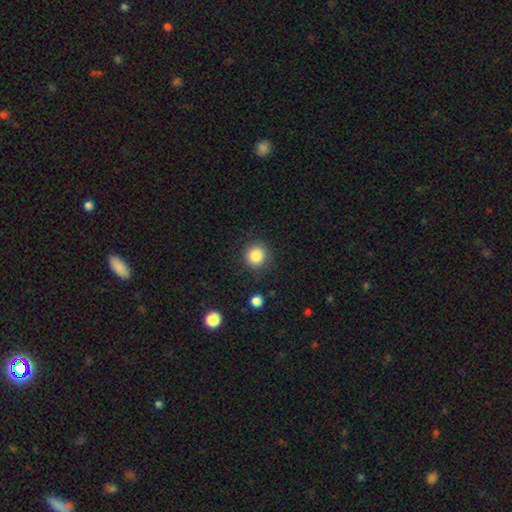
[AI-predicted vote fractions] smooth_or_featured: smooth (p=0.84) [alt: star or artifact p=0.10]
how_rounded: round (p=0.93) [alt: in between p=0.06]
merging: none (p=0.87) [alt: minor disturbance p=0.08]